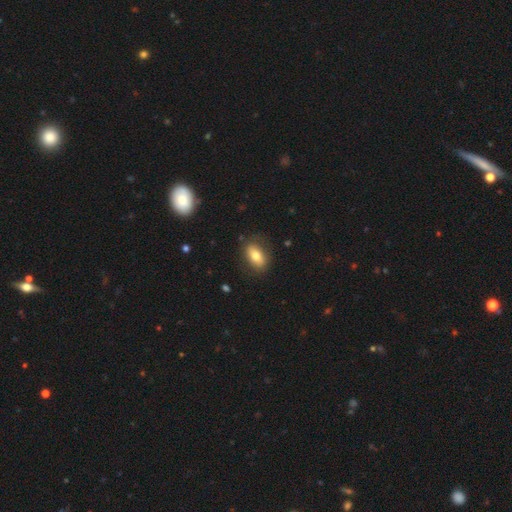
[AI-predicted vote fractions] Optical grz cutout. It shows a smooth galaxy with no disk features (72%) that is in between round and cigar-shaped (86%). Merging: none (80%).